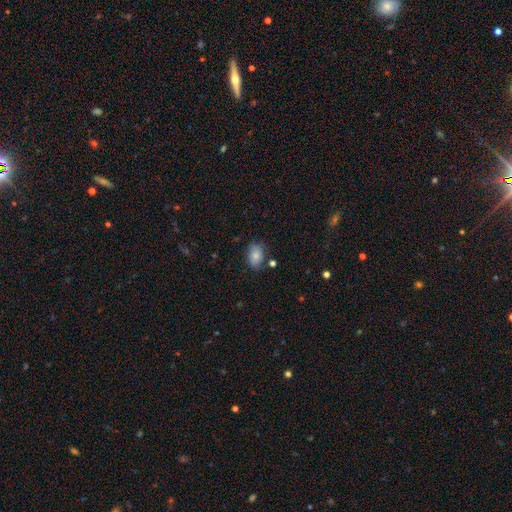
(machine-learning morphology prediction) A smooth galaxy with no disk features (81%) that is in between round and cigar-shaped (83%). Merging: none (76%).